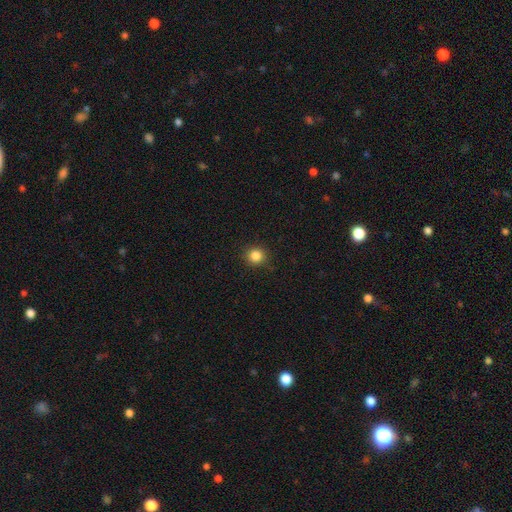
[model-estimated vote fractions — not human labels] Smooth or featured: smooth — 85% (star or artifact — 11%)
How rounded: round — 92% (in between — 7%)
Merging: none — 90% (minor disturbance — 7%)